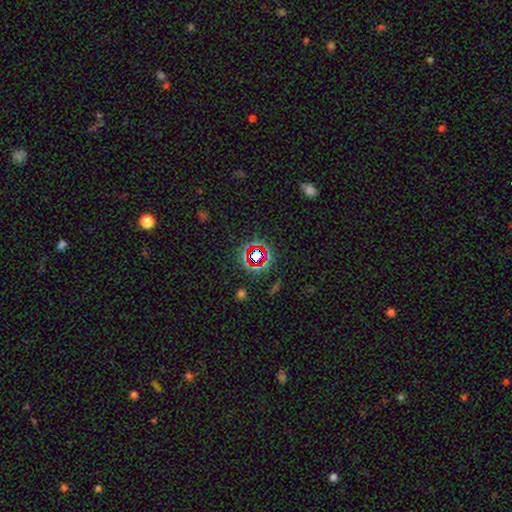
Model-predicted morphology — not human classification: This is likely a star or artifact rather than a galaxy (72%).